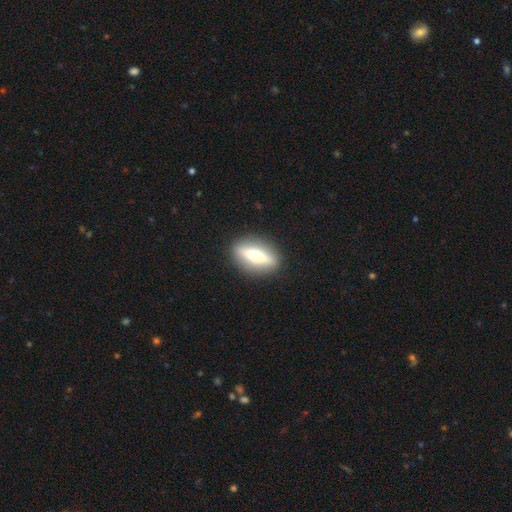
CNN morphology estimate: type=featured or disk (53%); edge-on=yes (77%); merging=none (89%).